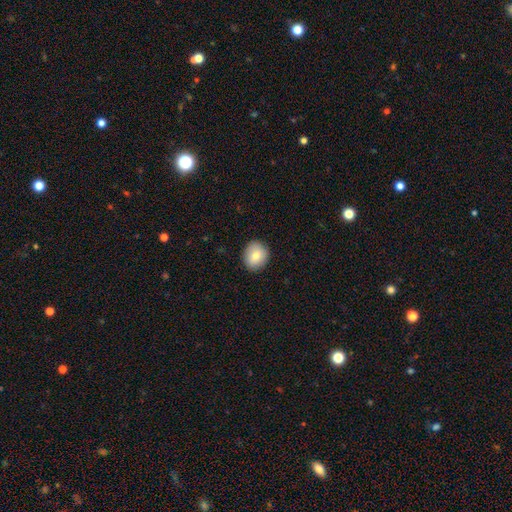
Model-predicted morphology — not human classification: The model was most divided on "how rounded": round: 72%, in between: 27%, cigar-shaped: 1%. More confident: merging — none (89%); smooth or featured — smooth (79%).